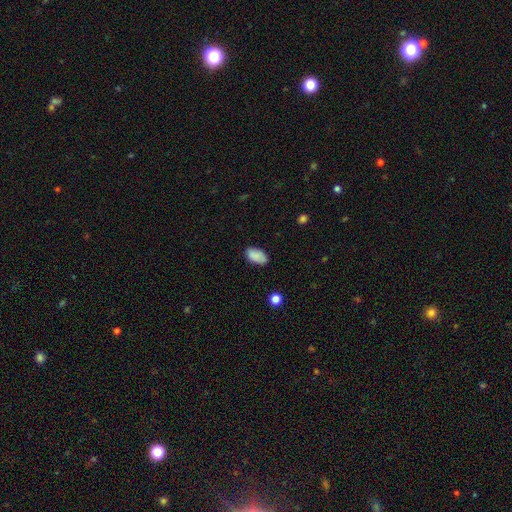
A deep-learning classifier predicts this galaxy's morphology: smooth_or_featured: smooth (p=0.87) [alt: star or artifact p=0.07]
how_rounded: in between (p=0.94) [alt: round p=0.04]
merging: none (p=0.80) [alt: minor disturbance p=0.16]